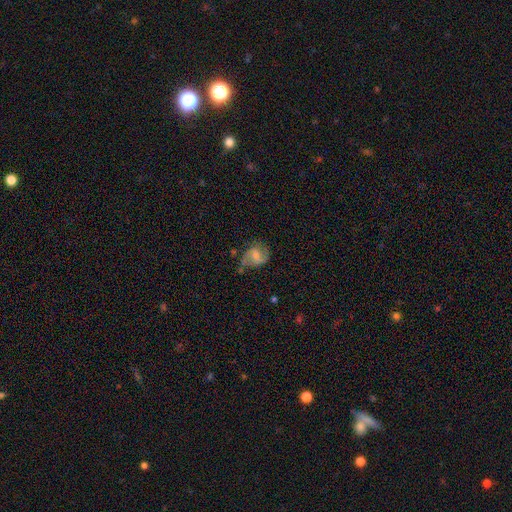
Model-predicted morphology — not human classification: smooth_or_featured: featured or disk (p=0.69) [alt: smooth p=0.23]
disk_edge_on: no (p=0.97) [alt: yes p=0.03]
bar: weak (p=0.53) [alt: no p=0.32]
has_spiral_arms: yes (p=0.90) [alt: no p=0.10]
spiral_winding: medium (p=0.46) [alt: loose p=0.39]
spiral_arm_count: 2 (p=0.84) [alt: can't tell p=0.07]
bulge_size: moderate (p=0.43) [tied with: small p=0.43]
merging: none (p=0.54) [alt: minor disturbance p=0.27]